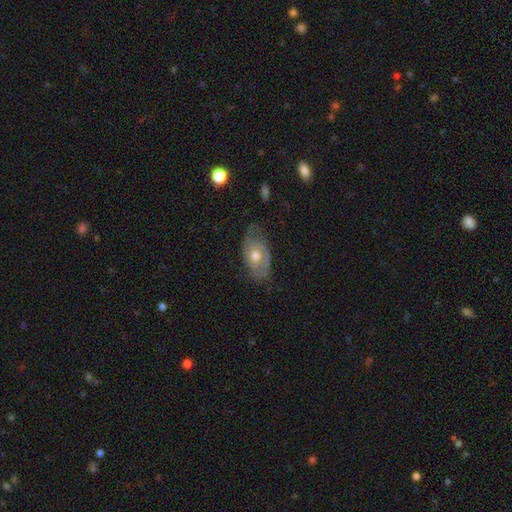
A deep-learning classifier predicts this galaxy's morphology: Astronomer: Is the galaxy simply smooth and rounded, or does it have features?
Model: featured or disk — 58% (runner-up: smooth, 35%).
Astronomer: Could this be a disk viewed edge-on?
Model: no — 90%.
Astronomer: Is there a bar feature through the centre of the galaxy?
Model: no — 84%.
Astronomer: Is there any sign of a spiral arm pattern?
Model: yes — 59% (runner-up: no, 41%).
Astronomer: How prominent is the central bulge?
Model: moderate — 73%.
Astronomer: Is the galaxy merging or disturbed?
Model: none — 63%.